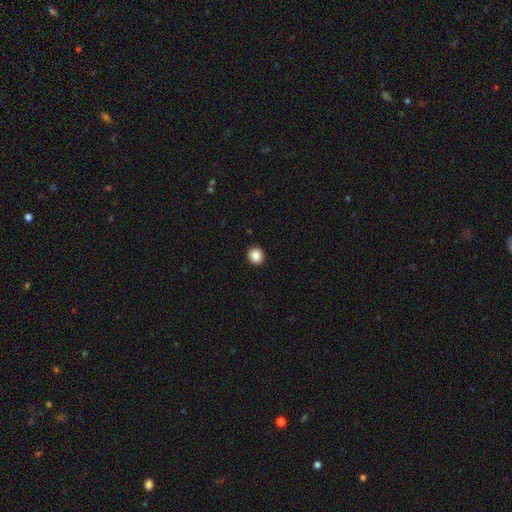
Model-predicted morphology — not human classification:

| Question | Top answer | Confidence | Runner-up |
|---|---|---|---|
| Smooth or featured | smooth | 87% | star or artifact (9%) |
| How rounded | round | 88% | in between (11%) |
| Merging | none | 93% | minor disturbance (4%) |